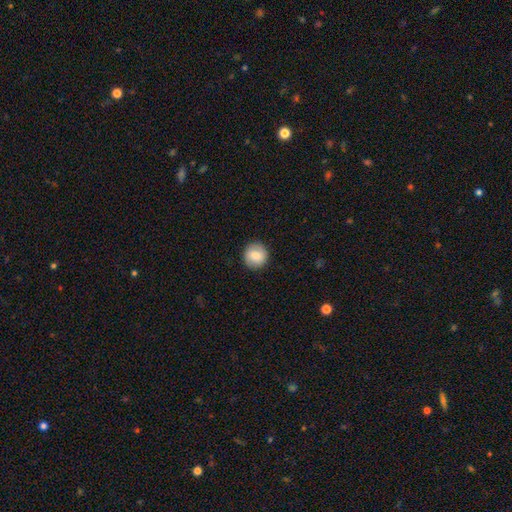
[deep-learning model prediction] smooth 79%, featured or disk 13%, star or artifact 7%. Down the decision tree: how rounded — round (94%); merging — none (90%).